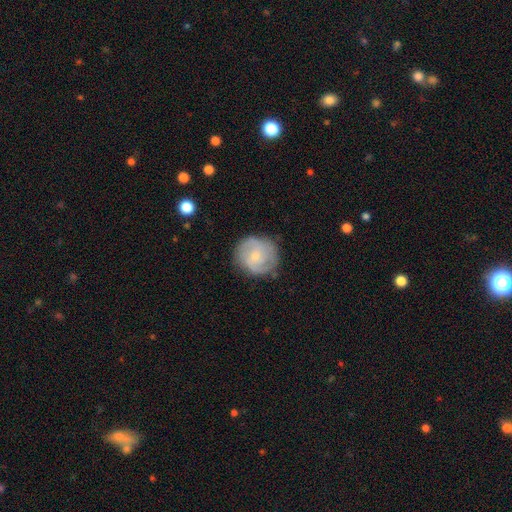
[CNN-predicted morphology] type=featured or disk (58%); edge-on=no (98%); bar=no (64%); spiral arms=yes (84%); bulge=small (70%); merging=none (79%).